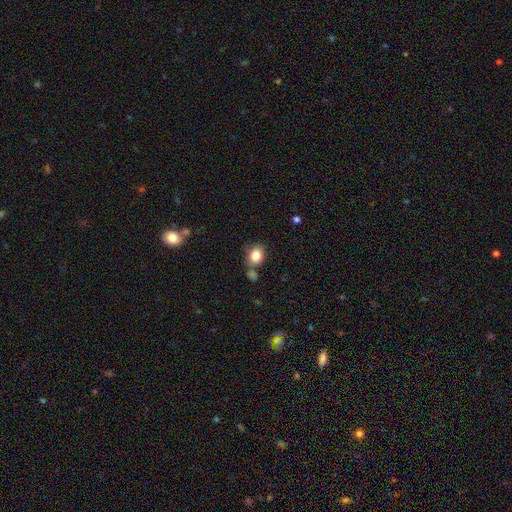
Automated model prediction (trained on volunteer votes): smooth 82%, star or artifact 10%, featured or disk 8%. Down the decision tree: how rounded — round (57%); merging — none (63%).